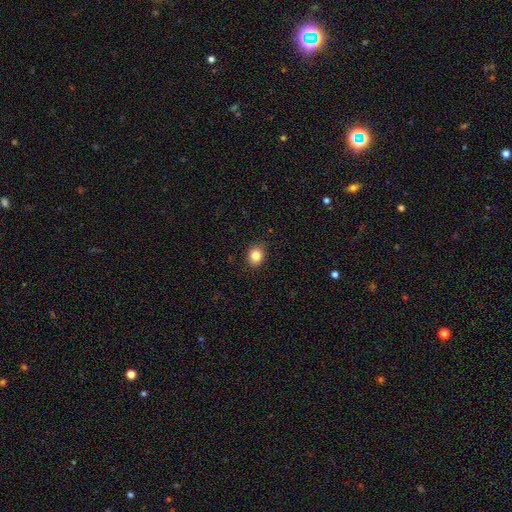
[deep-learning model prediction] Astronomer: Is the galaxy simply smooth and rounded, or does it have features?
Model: smooth — 84%.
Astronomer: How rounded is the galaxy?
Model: round — 57% (runner-up: in between, 42%).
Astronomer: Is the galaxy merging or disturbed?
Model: none — 87%.